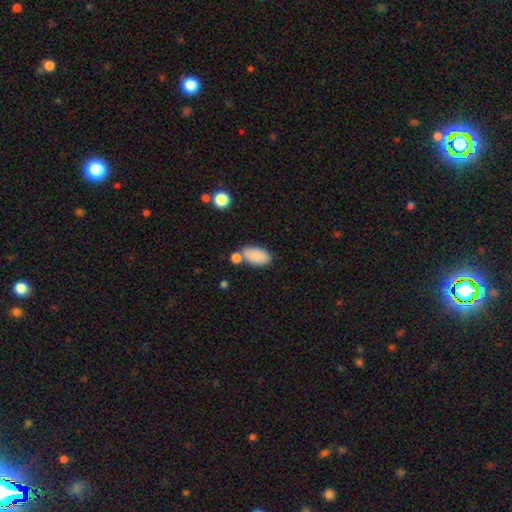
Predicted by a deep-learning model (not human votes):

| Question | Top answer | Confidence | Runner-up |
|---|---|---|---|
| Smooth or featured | smooth | 86% | star or artifact (7%) |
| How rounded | in between | 94% | round (3%) |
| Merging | none | 60% | merger (21%) |